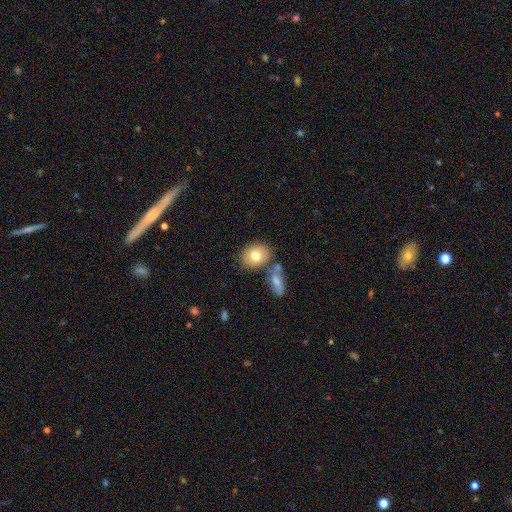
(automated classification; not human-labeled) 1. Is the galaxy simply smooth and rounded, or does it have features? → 74% smooth, 17% featured or disk, 8% star or artifact.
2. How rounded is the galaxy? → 58% in between, 40% round, 1% cigar-shaped.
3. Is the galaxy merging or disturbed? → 68% none, 16% merger, 12% minor disturbance, 3% major disturbance.